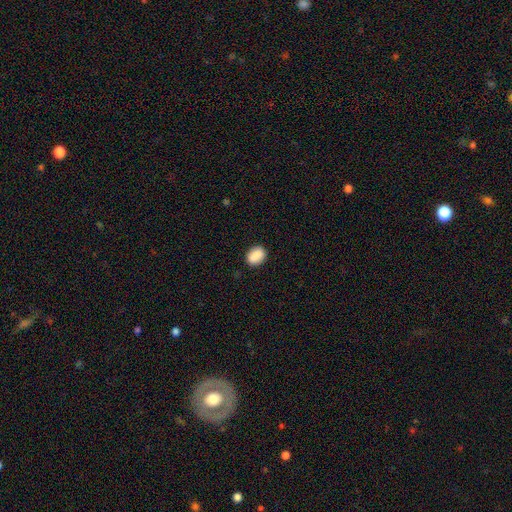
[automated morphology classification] Smooth or featured? smooth (88%)
How rounded? in between (73%)
Merging? none (86%)